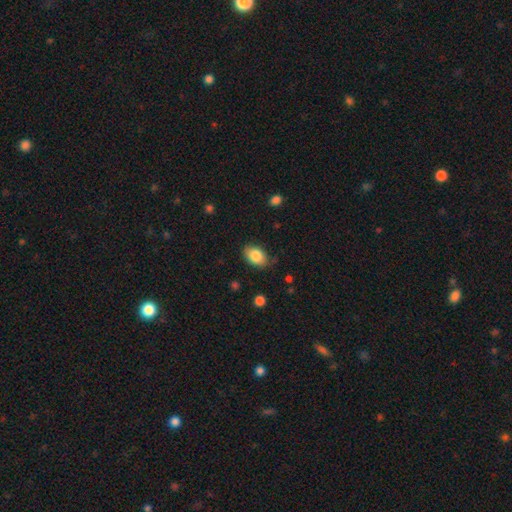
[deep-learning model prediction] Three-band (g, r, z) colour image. It shows a smooth galaxy with no disk features (85%) that is in between round and cigar-shaped (84%). Merging: none (79%).